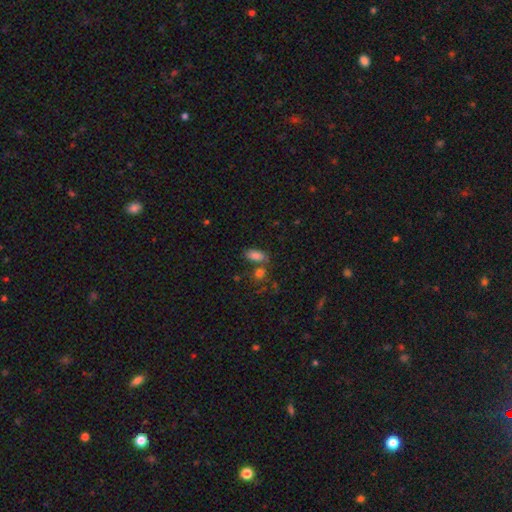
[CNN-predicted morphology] smooth 82%, star or artifact 11%, featured or disk 8%. Down the decision tree: how rounded — in between (89%); merging — none (60%).